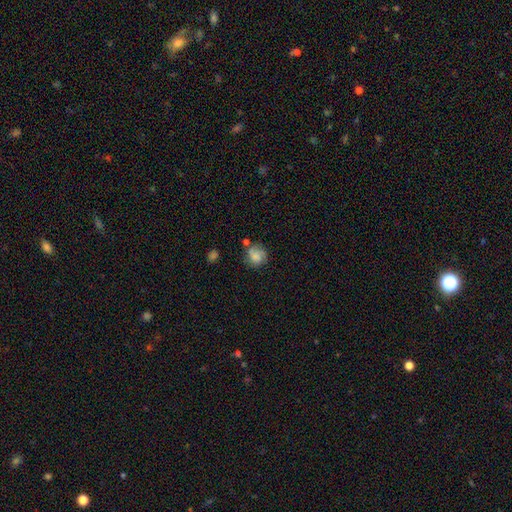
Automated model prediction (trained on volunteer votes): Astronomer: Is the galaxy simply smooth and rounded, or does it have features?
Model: smooth — 55% (runner-up: featured or disk, 35%).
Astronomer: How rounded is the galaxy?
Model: round — 76%.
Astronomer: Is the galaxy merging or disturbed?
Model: none — 59%.